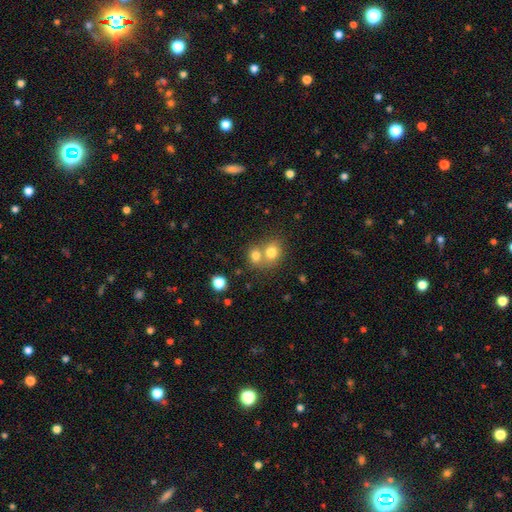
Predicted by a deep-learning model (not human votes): A smooth galaxy with no disk features (76%) that is round (66%).

Vote fractions:
- Smooth or featured? smooth: 76% / star or artifact: 12% / featured or disk: 12%
- How rounded? round: 66% / in between: 33% / cigar-shaped: 1%
- Merging? merger: 56% / none: 34% / minor disturbance: 7% / major disturbance: 3%